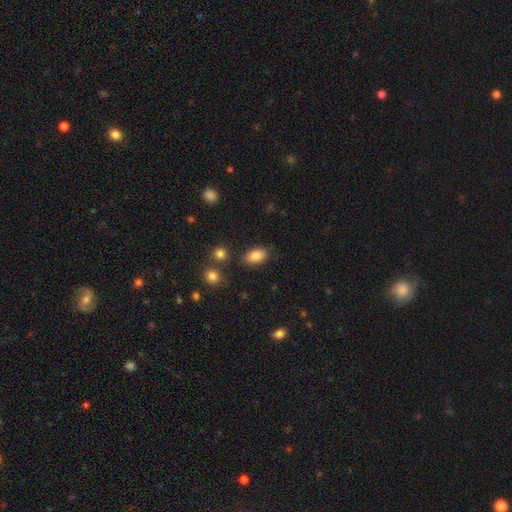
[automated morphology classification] This appears to be a smooth galaxy with no disk features (86%) that is in between round and cigar-shaped (90%). Merging: none (82%).